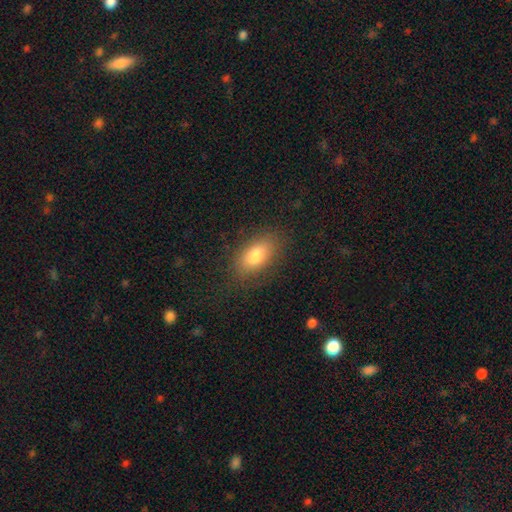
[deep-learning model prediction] The model was most divided on "smooth or featured": smooth: 80%, featured or disk: 12%, star or artifact: 8%. More confident: how rounded — in between (89%); merging — none (82%).